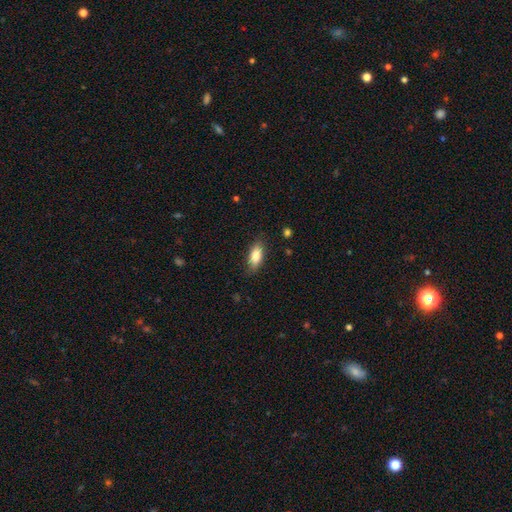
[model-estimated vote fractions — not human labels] The model was most divided on "how rounded": in between: 82%, cigar-shaped: 15%, round: 3%. More confident: smooth or featured — smooth (83%); merging — none (83%).